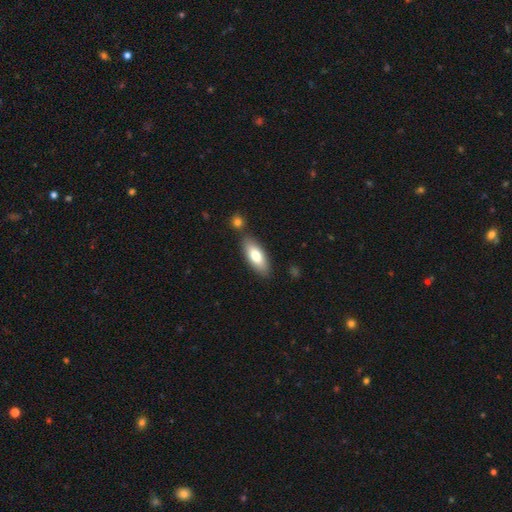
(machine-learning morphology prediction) smooth_or_featured: smooth (p=0.77) [alt: featured or disk p=0.17]
how_rounded: in between (p=0.79) [alt: cigar-shaped p=0.19]
merging: none (p=0.79) [alt: minor disturbance p=0.11]